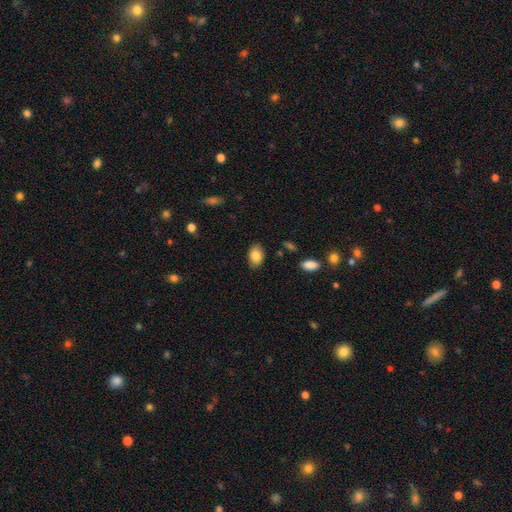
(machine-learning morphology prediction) smooth_or_featured: smooth (p=0.84) [alt: featured or disk p=0.09]
how_rounded: in between (p=0.86) [alt: round p=0.12]
merging: none (p=0.85) [alt: minor disturbance p=0.11]